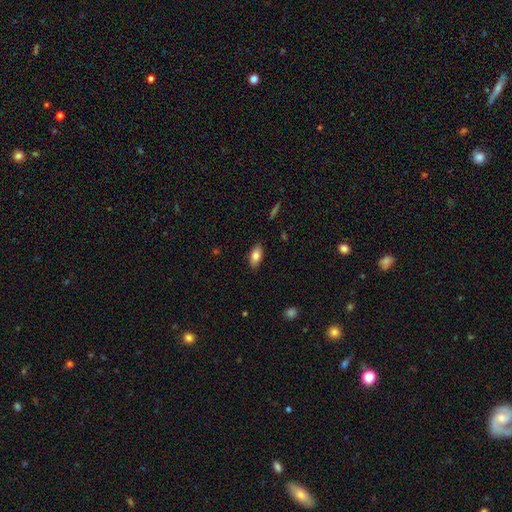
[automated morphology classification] smooth 81%, featured or disk 12%, star or artifact 7%. Down the decision tree: how rounded — in between (90%); merging — none (86%).